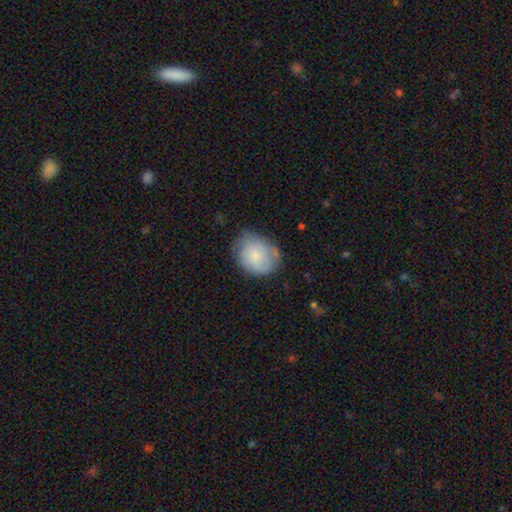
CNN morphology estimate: A smooth galaxy with no disk features (71%) that is round (51%). Merging: none (57%).